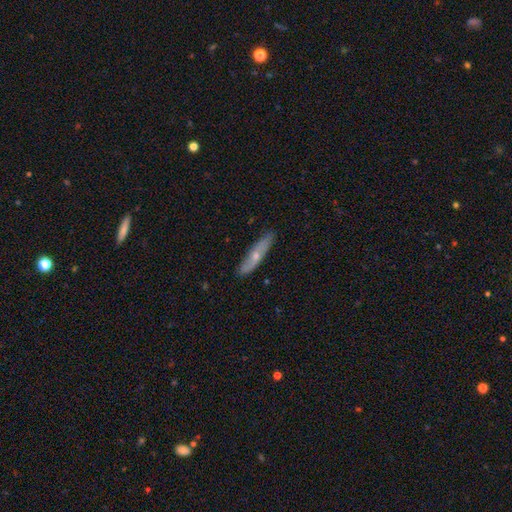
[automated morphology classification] type=featured or disk (50%); merging=none (86%).